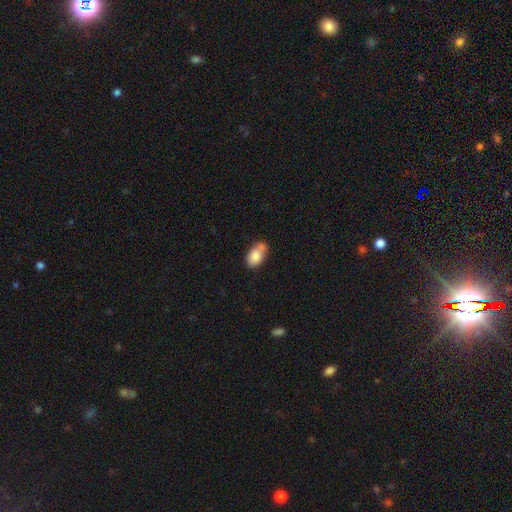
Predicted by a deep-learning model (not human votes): Smooth or featured? Predicted: smooth (p=0.80). How rounded? Predicted: in between (p=0.89). Merging? Predicted: none (p=0.44).